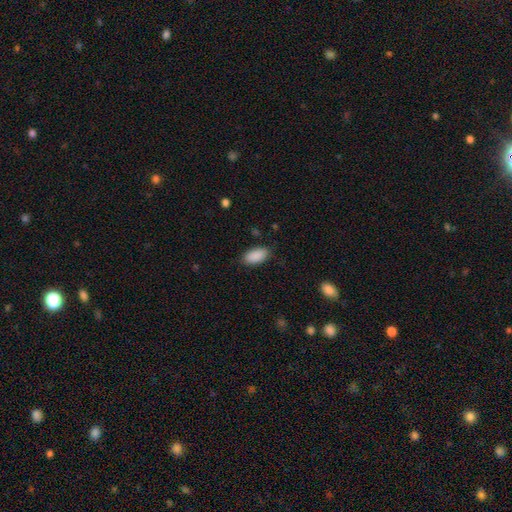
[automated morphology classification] type=smooth (90%); roundness=in between (94%); merging=none (86%).